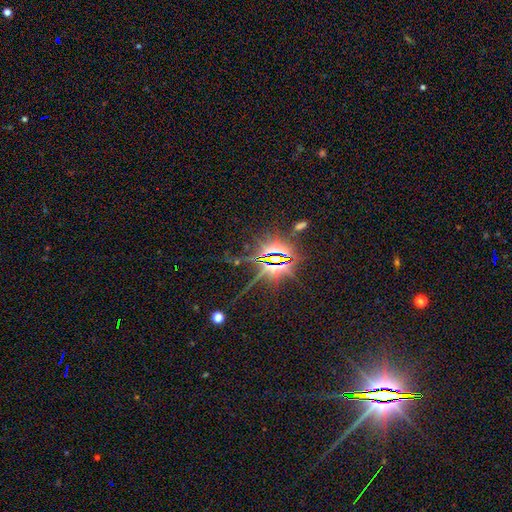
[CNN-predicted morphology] Smooth or featured: star or artifact — 84% (featured or disk — 8%)